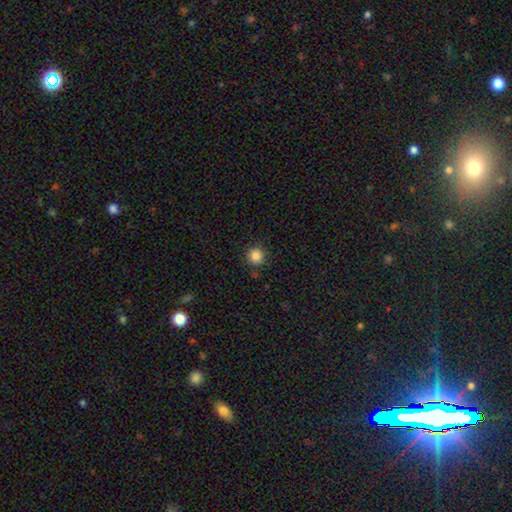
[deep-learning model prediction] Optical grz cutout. It shows a smooth galaxy with no disk features (86%) that is round (95%). Merging: none (89%).